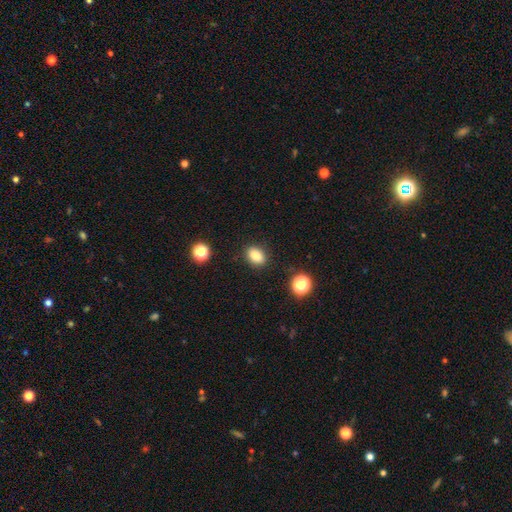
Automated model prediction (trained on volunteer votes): Smooth or featured? smooth (84%)
How rounded? in between (76%)
Merging? none (87%)